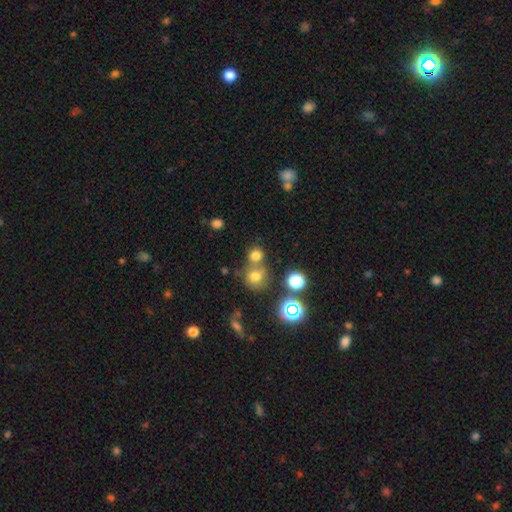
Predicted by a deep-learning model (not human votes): The model was most divided on "merging": none: 58%, merger: 31%, minor disturbance: 8%, major disturbance: 3%. More confident: how rounded — round (86%); smooth or featured — smooth (71%).